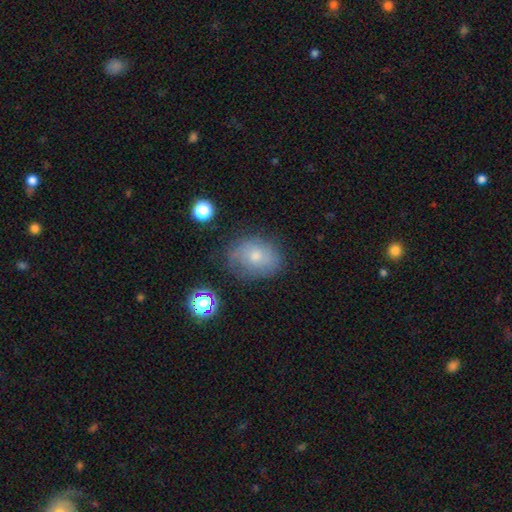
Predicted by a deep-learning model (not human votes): Smooth or featured? Predicted: smooth (p=0.60). How rounded? Predicted: in between (p=0.61). Merging? Predicted: none (p=0.69).